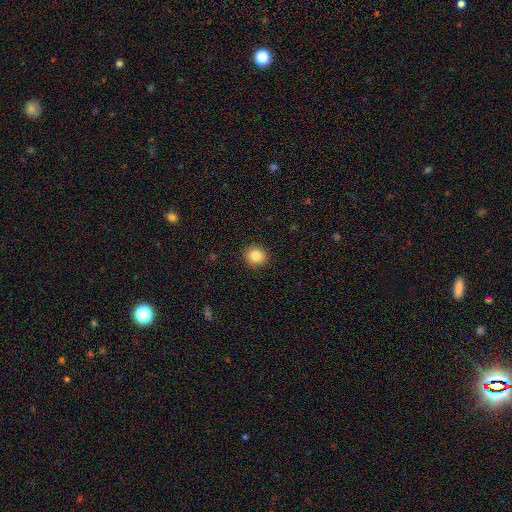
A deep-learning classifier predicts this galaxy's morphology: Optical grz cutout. It shows a smooth galaxy with no disk features (85%) that is round (80%). Merging: none (89%).